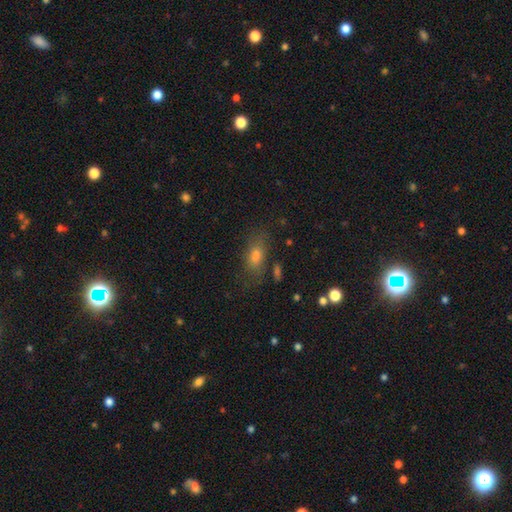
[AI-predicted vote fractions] Q: Smooth or featured?
A: smooth (67%); runner-up: star or artifact (17%)
Q: How rounded?
A: in between (75%); runner-up: cigar-shaped (14%)
Q: Merging?
A: none (73%); runner-up: minor disturbance (16%)